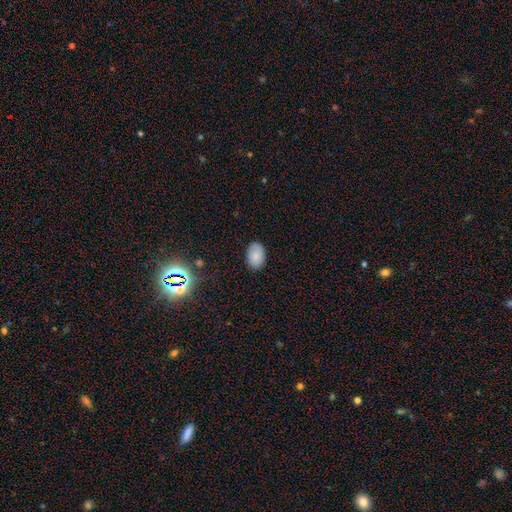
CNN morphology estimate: type=smooth (83%); roundness=in between (87%); merging=none (85%).